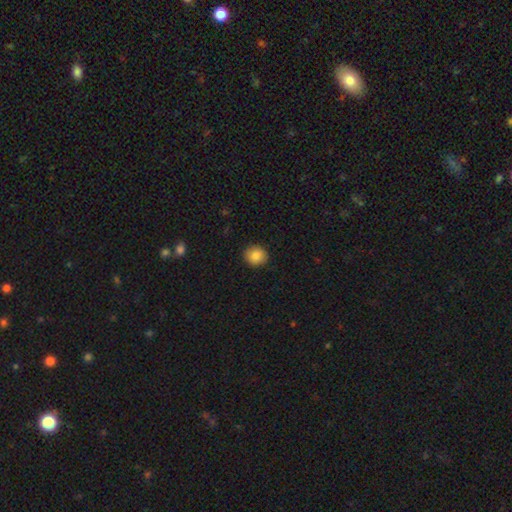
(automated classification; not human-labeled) Morphology: type=smooth (85%); roundness=round (82%); merging=none (90%).